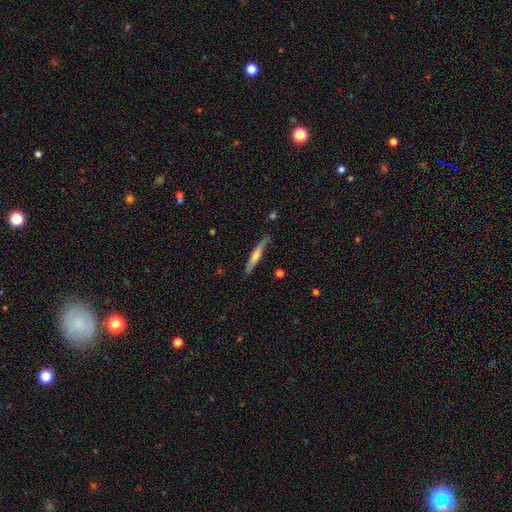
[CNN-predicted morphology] Smooth or featured? featured or disk (57%)
Edge-on disk? yes (94%)
Edge-on bulge? rounded (70%)
Merging? none (80%)